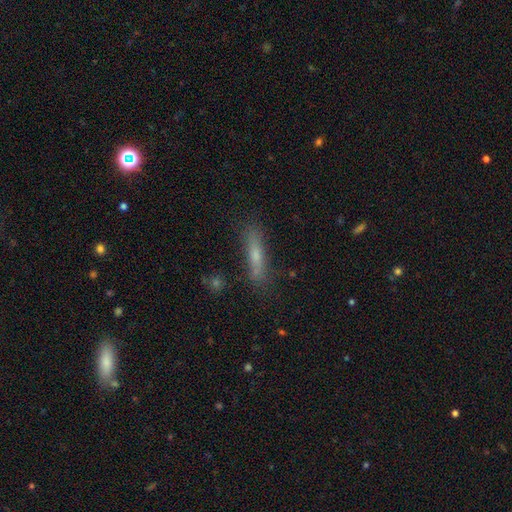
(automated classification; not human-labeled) smooth-or-featured: smooth: 57% | featured or disk: 33% | star or artifact: 10%
  how-rounded: cigar-shaped: 86% | in between: 12% | round: 2%
  merging: none: 79% | minor disturbance: 14% | major disturbance: 4% | merger: 3%